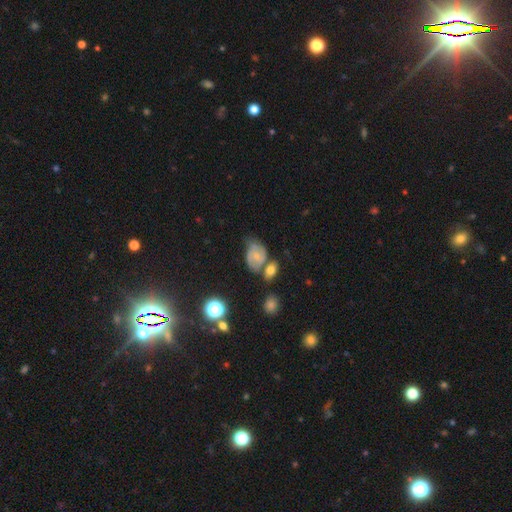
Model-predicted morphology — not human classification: Smooth or featured?
  - featured or disk: 54% *
  - smooth: 35%
  - star or artifact: 11%
Edge-on disk?
  - no: 97% *
  - yes: 3%
Bar?
  - no: 71% *
  - weak: 25%
  - strong: 4%
Spiral arms?
  - yes: 84% *
  - no: 16%
Bulge size?
  - small: 65% *
  - moderate: 24%
  - none: 8%
  - large: 2%
  - dominant: 1%
Merging?
  - none: 35% *
  - minor disturbance: 26%
  - merger: 25%
  - major disturbance: 14%